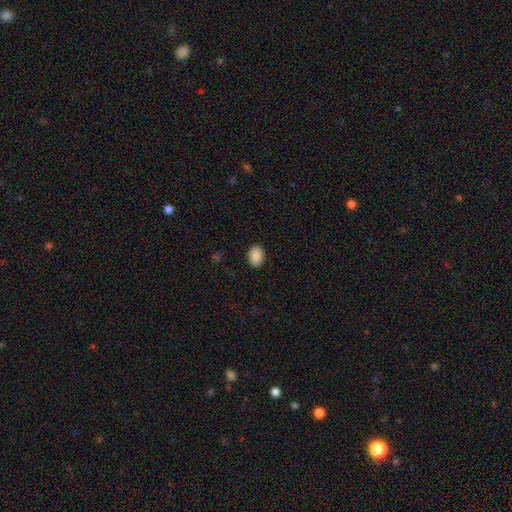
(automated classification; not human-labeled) A smooth galaxy with no disk features (90%) that is in between round and cigar-shaped (76%).

Vote fractions:
- Smooth or featured? smooth: 90% / star or artifact: 8% / featured or disk: 2%
- How rounded? in between: 76% / round: 23% / cigar-shaped: 1%
- Merging? none: 89% / minor disturbance: 8% / major disturbance: 2% / merger: 1%